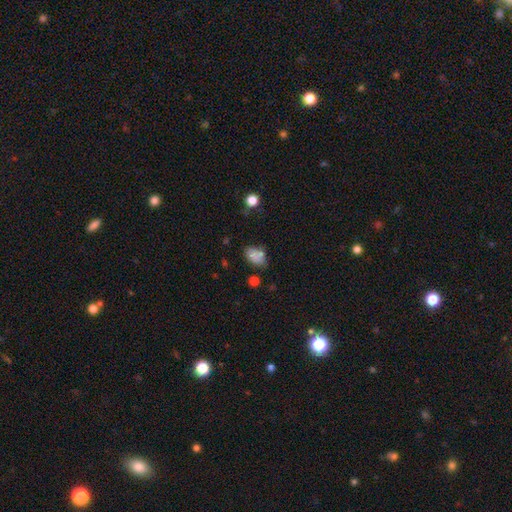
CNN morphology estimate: type=smooth (78%); roundness=in between (86%); merging=none (58%).